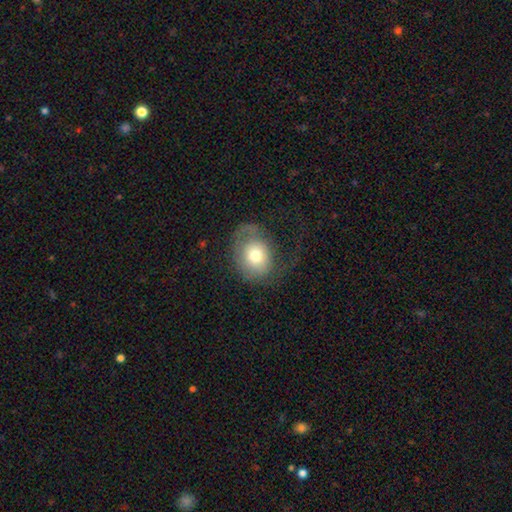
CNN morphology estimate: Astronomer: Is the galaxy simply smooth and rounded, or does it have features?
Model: smooth — 67%.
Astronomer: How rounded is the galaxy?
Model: round — 61% (runner-up: in between, 38%).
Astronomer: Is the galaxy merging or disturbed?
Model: none — 39% (runner-up: major disturbance, 36%).